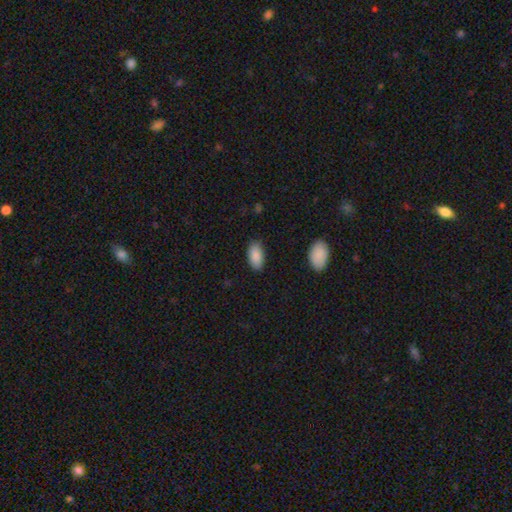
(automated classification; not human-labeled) smooth 89%, star or artifact 7%, featured or disk 5%. Down the decision tree: how rounded — in between (94%); merging — none (84%).